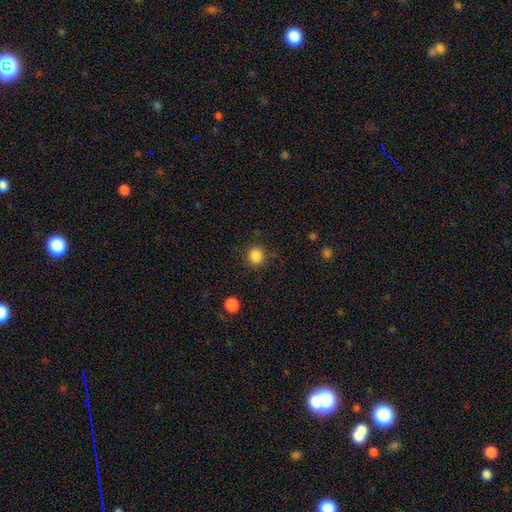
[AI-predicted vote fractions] The model was most divided on "smooth or featured": smooth: 86%, star or artifact: 11%, featured or disk: 4%. More confident: how rounded — round (91%); merging — none (88%).